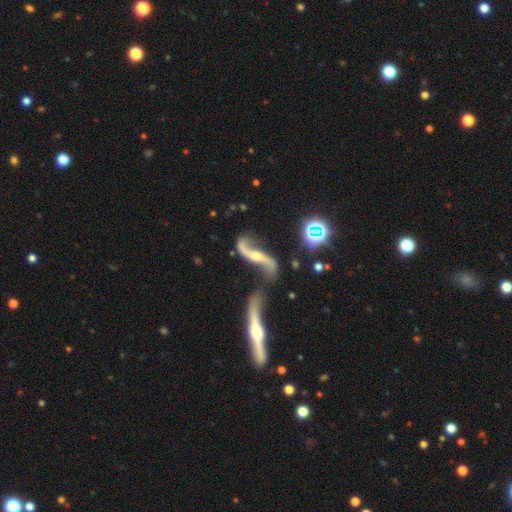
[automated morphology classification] Q: Smooth or featured?
A: featured or disk (89%); runner-up: star or artifact (6%)
Q: Edge-on disk?
A: no (85%); runner-up: yes (15%)
Q: Bar?
A: no (43%); runner-up: weak (33%)
Q: Spiral arms?
A: yes (95%); runner-up: no (5%)
Q: Spiral winding?
A: loose (89%); runner-up: medium (7%)
Q: Spiral arm count?
A: 2 (93%); runner-up: 1 (2%)
Q: Bulge size?
A: moderate (47%); runner-up: small (43%)
Q: Merging?
A: none (43%); runner-up: merger (32%)